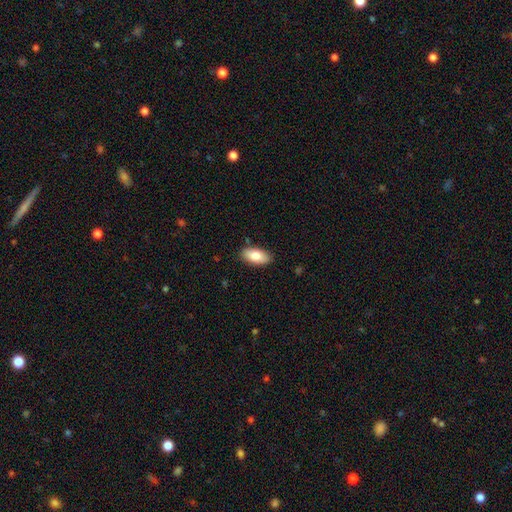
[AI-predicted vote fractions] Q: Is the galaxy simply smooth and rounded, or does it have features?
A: smooth — 81%.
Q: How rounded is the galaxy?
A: in between — 92%.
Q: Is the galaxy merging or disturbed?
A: none — 86%.